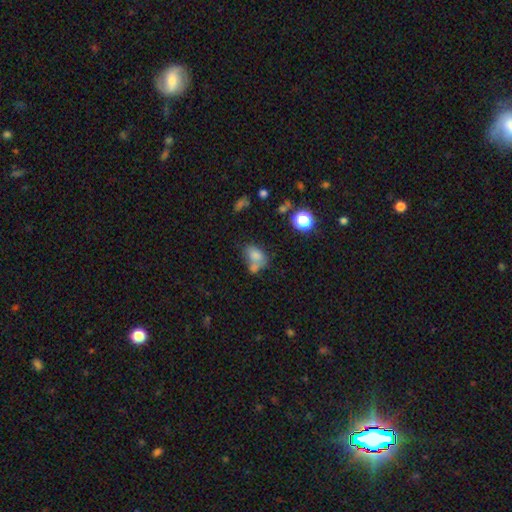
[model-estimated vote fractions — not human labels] Smooth or featured: smooth — 72% (featured or disk — 15%)
How rounded: in between — 76% (round — 23%)
Merging: merger — 41% (none — 33%)